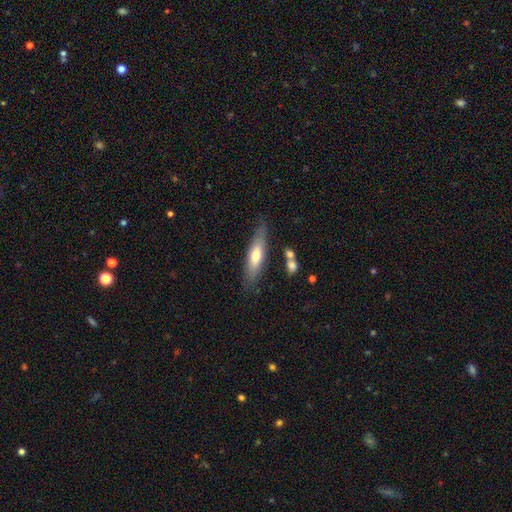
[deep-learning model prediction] smooth 61%, featured or disk 34%, star or artifact 6%. Down the decision tree: how rounded — cigar-shaped (69%); merging — none (75%).